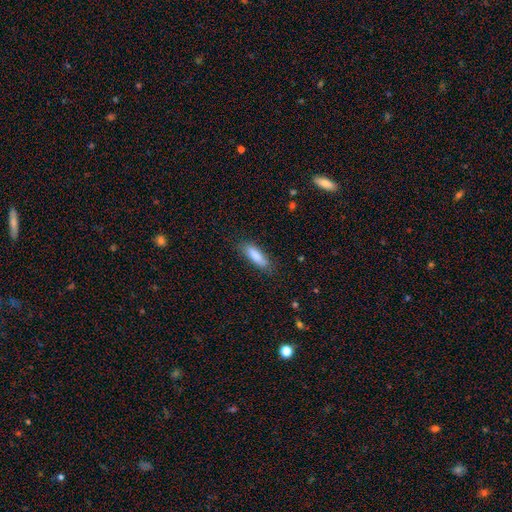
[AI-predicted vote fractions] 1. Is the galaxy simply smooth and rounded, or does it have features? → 85% smooth, 9% featured or disk, 6% star or artifact.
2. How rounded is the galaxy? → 51% in between, 48% cigar-shaped, 2% round.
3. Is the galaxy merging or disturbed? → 80% none, 15% minor disturbance, 4% major disturbance, 1% merger.